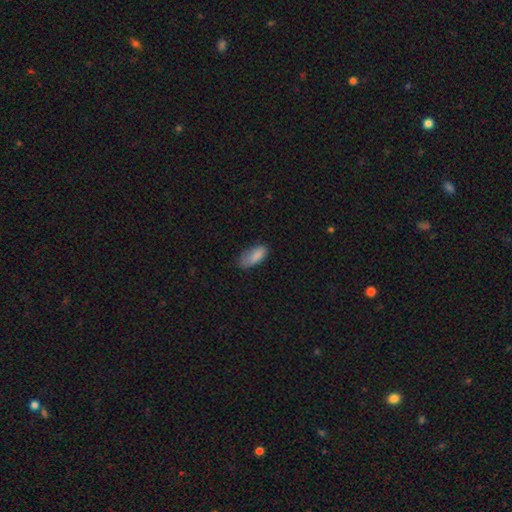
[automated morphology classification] Smooth or featured? smooth (85%)
How rounded? in between (83%)
Merging? none (55%)